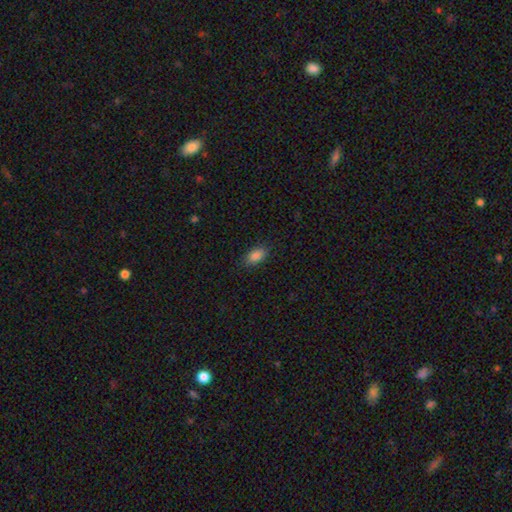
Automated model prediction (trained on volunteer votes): smooth_or_featured: smooth (p=0.86) [alt: star or artifact p=0.09]
how_rounded: in between (p=0.90) [alt: round p=0.07]
merging: none (p=0.83) [alt: minor disturbance p=0.13]